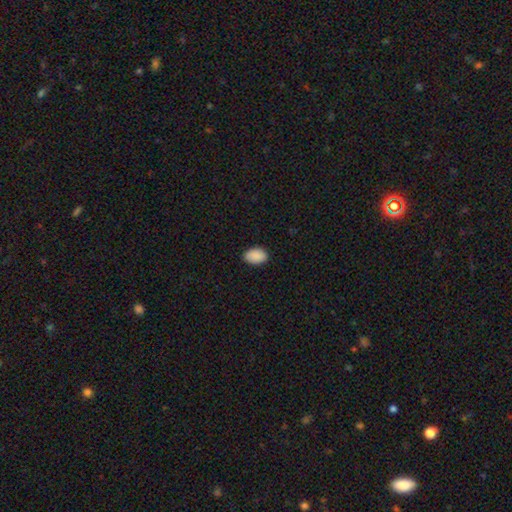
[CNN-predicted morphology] smooth 90%, star or artifact 7%, featured or disk 3%. Down the decision tree: how rounded — in between (89%); merging — none (85%).